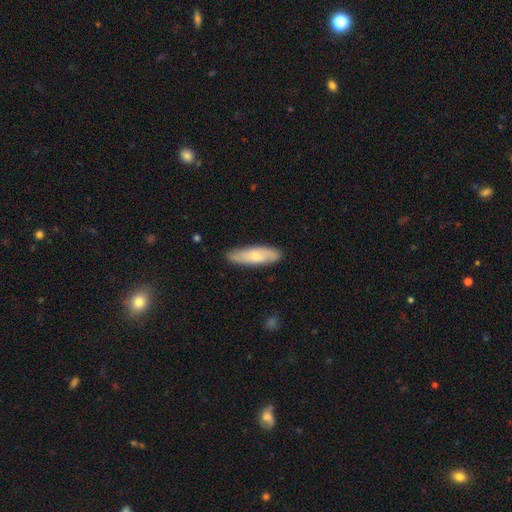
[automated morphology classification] Smooth or featured? smooth (58%)
How rounded? cigar-shaped (55%)
Merging? none (83%)